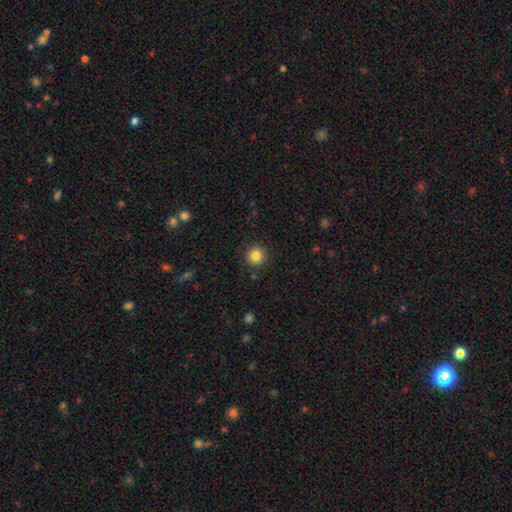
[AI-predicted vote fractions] Smooth or featured? Predicted: smooth (p=0.84). How rounded? Predicted: round (p=0.95). Merging? Predicted: none (p=0.92).